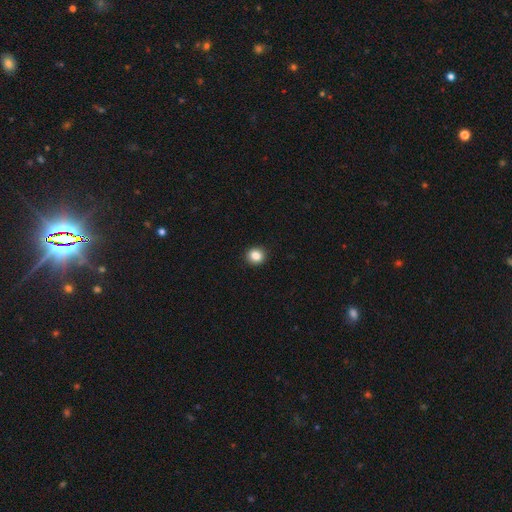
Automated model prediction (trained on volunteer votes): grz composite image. It shows a smooth galaxy with no disk features (85%) that is round (85%). Merging: none (93%).